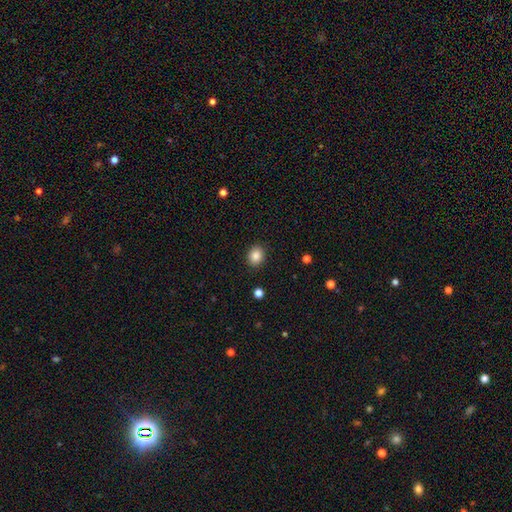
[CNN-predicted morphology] smooth-or-featured: smooth: 86% | star or artifact: 10% | featured or disk: 4%
  how-rounded: round: 59% | in between: 40% | cigar-shaped: 1%
  merging: none: 90% | minor disturbance: 7% | major disturbance: 2% | merger: 1%